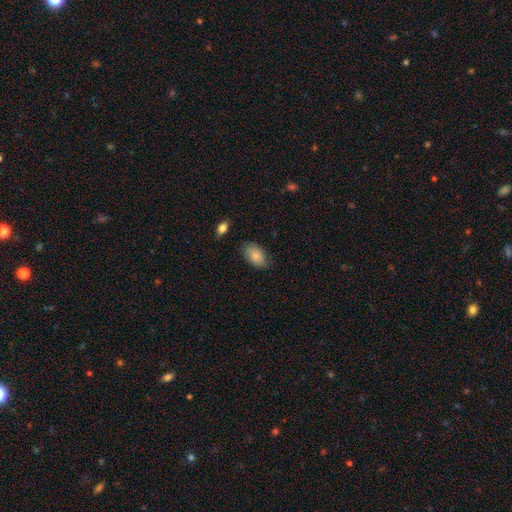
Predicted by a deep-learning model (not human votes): smooth 85%, featured or disk 8%, star or artifact 7%. Down the decision tree: how rounded — in between (91%); merging — none (77%).